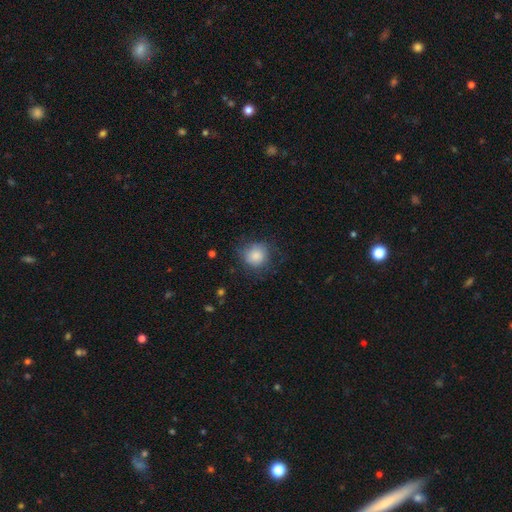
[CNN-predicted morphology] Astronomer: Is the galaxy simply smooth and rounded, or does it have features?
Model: smooth — 83%.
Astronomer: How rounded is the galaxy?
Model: round — 88%.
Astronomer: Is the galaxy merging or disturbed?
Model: none — 69%.